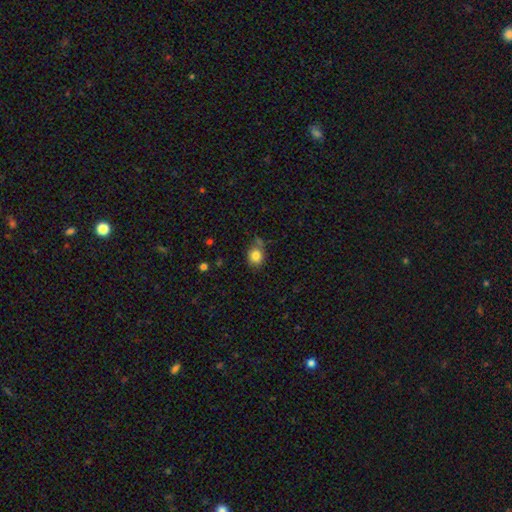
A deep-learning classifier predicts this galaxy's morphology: This appears to be a smooth galaxy with no disk features (83%) that is round (66%). Merging: none (62%).